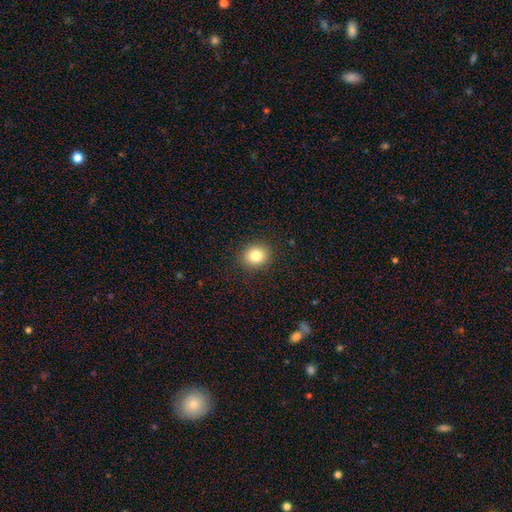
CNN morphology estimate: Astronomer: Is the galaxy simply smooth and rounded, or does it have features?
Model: smooth — 81%.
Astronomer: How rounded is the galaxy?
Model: round — 75%.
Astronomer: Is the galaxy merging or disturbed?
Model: none — 90%.